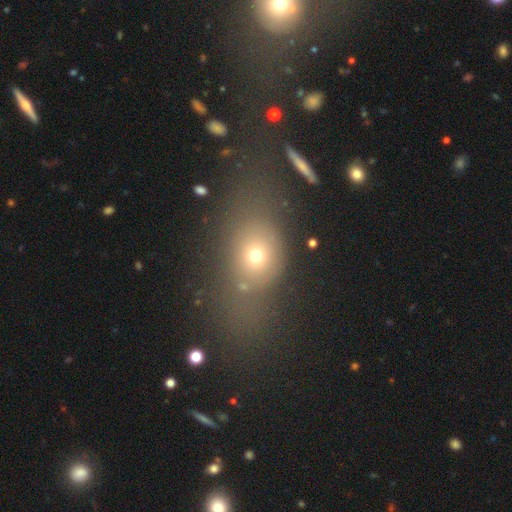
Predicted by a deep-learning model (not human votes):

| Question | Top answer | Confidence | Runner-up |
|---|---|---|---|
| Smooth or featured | smooth | 65% | star or artifact (18%) |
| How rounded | in between | 59% | round (37%) |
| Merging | none | 48% | major disturbance (19%) |